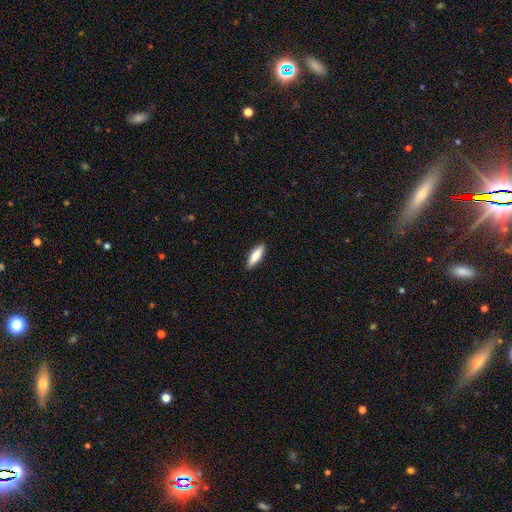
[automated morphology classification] Smooth or featured: smooth — 83% (featured or disk — 11%)
How rounded: cigar-shaped — 53% (in between — 46%)
Merging: none — 90% (minor disturbance — 8%)